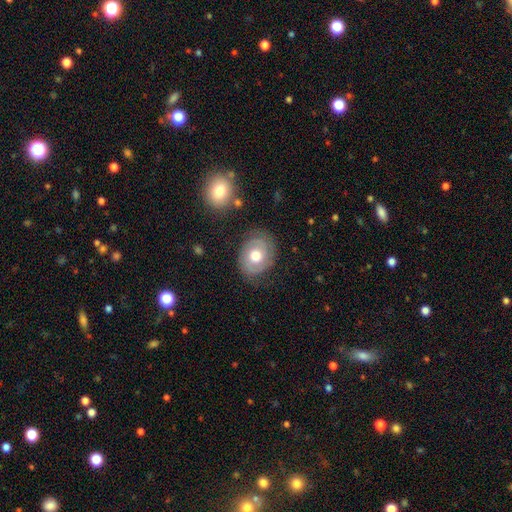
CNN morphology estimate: A featured or disk galaxy (61%) with no bar (77%), spiral arms (72%) and a moderate central bulge (67%).

Vote fractions:
- Smooth or featured? featured or disk: 61% / smooth: 32% / star or artifact: 7%
- Edge-on disk? no: 97% / yes: 3%
- Bar? no: 77% / weak: 19% / strong: 4%
- Spiral arms? yes: 72% / no: 28%
- Bulge size? moderate: 67% / large: 24% / small: 6% / dominant: 2% / none: 1%
- Merging? none: 77% / minor disturbance: 15% / major disturbance: 6% / merger: 2%